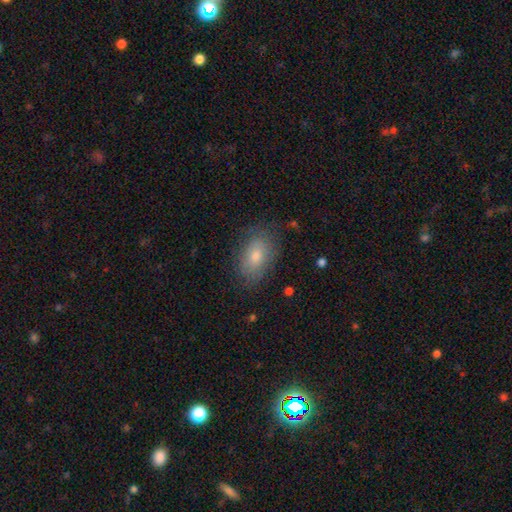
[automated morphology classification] Overall: smooth (73%). How rounded: in between (87%). Merging: none (78%).